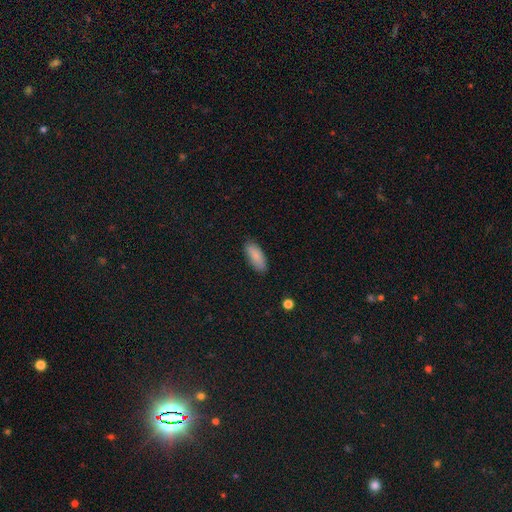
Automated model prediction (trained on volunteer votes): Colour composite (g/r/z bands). It shows a smooth galaxy with no disk features (87%) that is in between round and cigar-shaped (78%). Merging: none (86%).